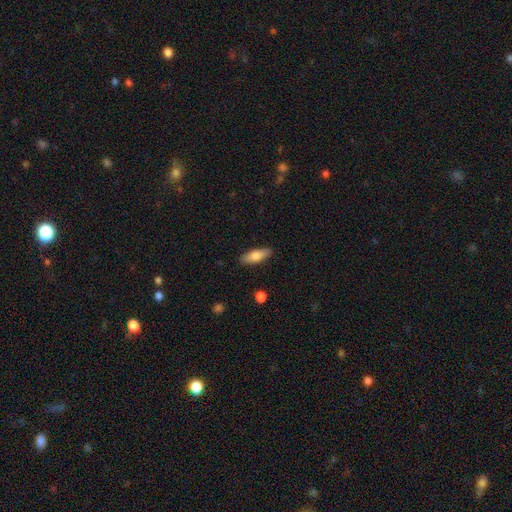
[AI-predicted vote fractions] A smooth galaxy with no disk features (75%) that is in between round and cigar-shaped (59%).

Vote fractions:
- Smooth or featured? smooth: 75% / featured or disk: 19% / star or artifact: 6%
- How rounded? in between: 59% / cigar-shaped: 39% / round: 2%
- Merging? none: 88% / minor disturbance: 9% / major disturbance: 2% / merger: 1%